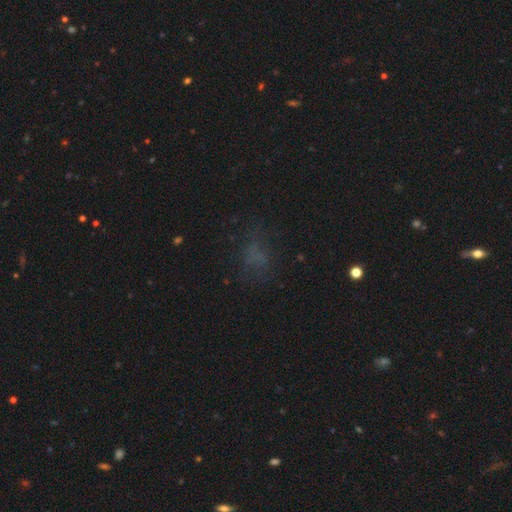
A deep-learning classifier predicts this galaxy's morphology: The model was most divided on "smooth or featured": smooth: 47%, star or artifact: 34%, featured or disk: 19%. More confident: merging — none (59%).